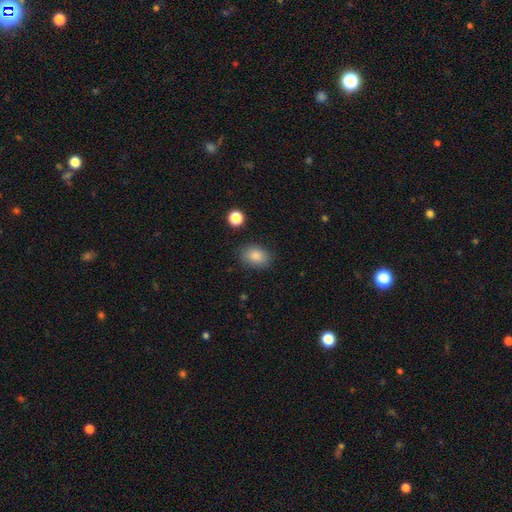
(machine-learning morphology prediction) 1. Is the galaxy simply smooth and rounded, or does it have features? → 85% smooth, 9% star or artifact, 7% featured or disk.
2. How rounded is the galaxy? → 77% in between, 22% round, 1% cigar-shaped.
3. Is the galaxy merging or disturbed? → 83% none, 12% minor disturbance, 3% major disturbance, 2% merger.